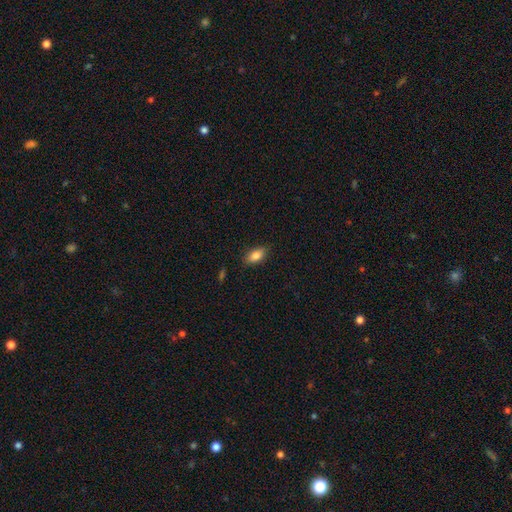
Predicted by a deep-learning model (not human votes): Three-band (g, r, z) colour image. It shows a smooth galaxy with no disk features (84%) that is in between round and cigar-shaped (89%). Merging: none (86%).